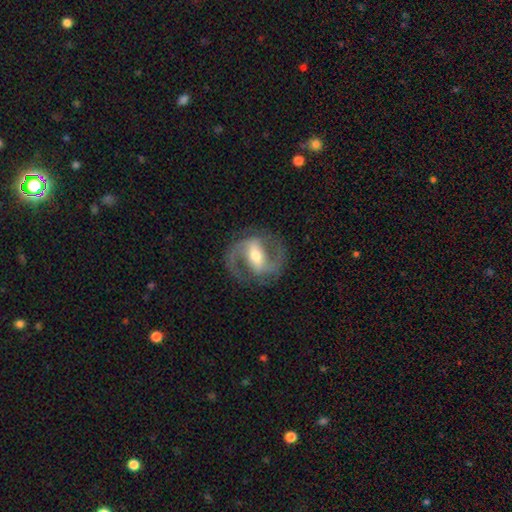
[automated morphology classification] A featured or disk galaxy (89%) with a strong bar (55%), 2 (92%) medium (61%) spiral arms (95%) and a moderate central bulge (62%). Merging: none (82%).